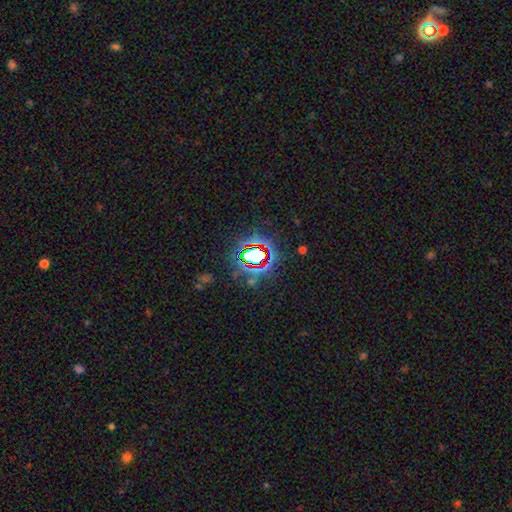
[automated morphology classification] type=star or artifact (73%).